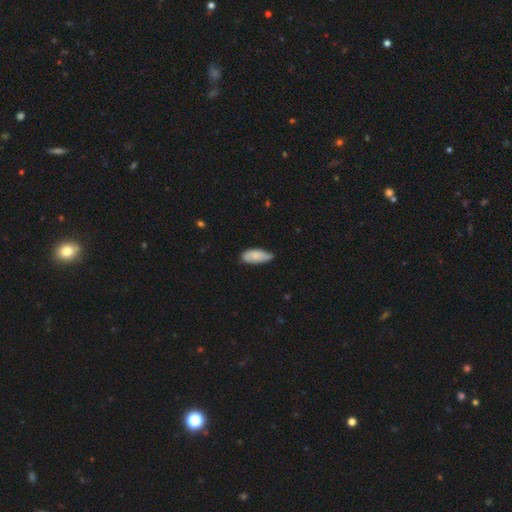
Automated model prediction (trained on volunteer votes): The model was most divided on "merging": none: 59%, minor disturbance: 34%, major disturbance: 5%, merger: 2%. More confident: how rounded — in between (85%); smooth or featured — smooth (79%).